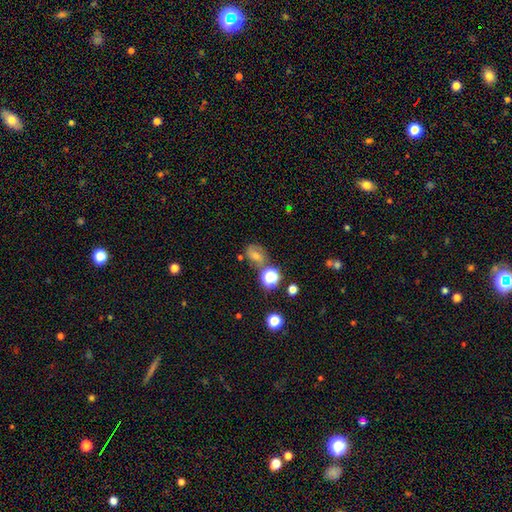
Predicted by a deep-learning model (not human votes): smooth 37%, star or artifact 32%, featured or disk 31%. Down the decision tree: merging — none (66%).